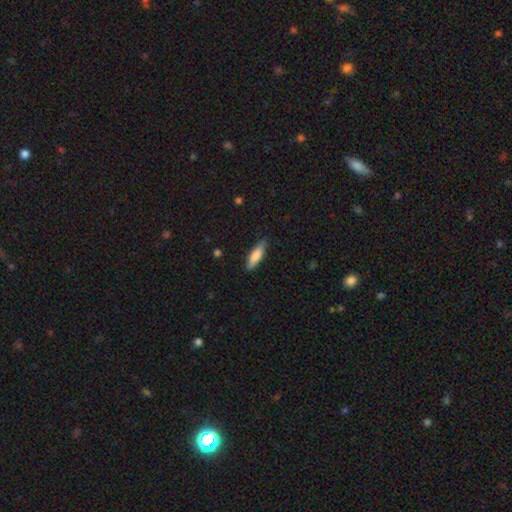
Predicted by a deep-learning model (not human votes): smooth_or_featured: smooth (p=0.81) [alt: featured or disk p=0.14]
how_rounded: cigar-shaped (p=0.55) [alt: in between p=0.43]
merging: none (p=0.84) [alt: minor disturbance p=0.13]